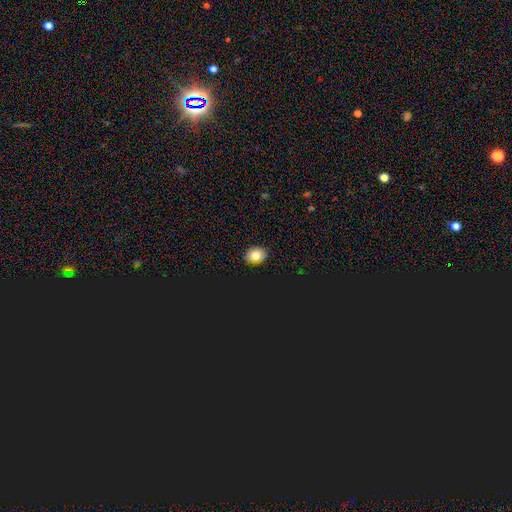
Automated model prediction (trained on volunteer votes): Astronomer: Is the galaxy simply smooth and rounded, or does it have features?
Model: smooth — 78%.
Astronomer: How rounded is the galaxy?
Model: in between — 60% (runner-up: round, 39%).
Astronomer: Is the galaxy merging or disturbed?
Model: none — 89%.